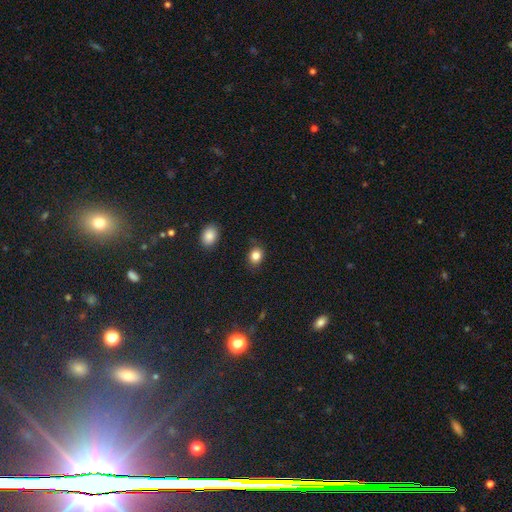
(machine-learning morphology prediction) Smooth or featured: smooth — 84% (star or artifact — 11%)
How rounded: round — 50% (in between — 49%)
Merging: none — 82% (minor disturbance — 12%)